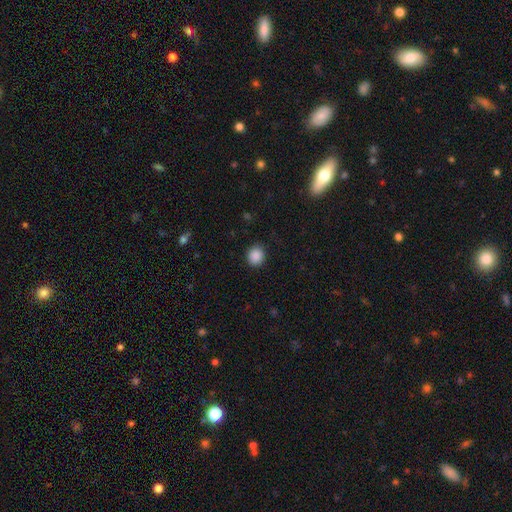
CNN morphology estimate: A smooth galaxy with no disk features (89%) that is round (80%). Merging: none (89%).